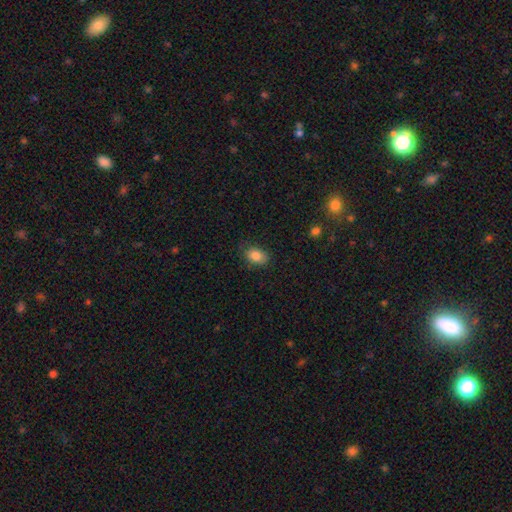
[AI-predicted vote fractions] Smooth or featured?
  - smooth: 85% *
  - star or artifact: 9%
  - featured or disk: 6%
How rounded?
  - in between: 81% *
  - round: 17%
  - cigar-shaped: 1%
Merging?
  - none: 79% *
  - minor disturbance: 16%
  - major disturbance: 4%
  - merger: 1%